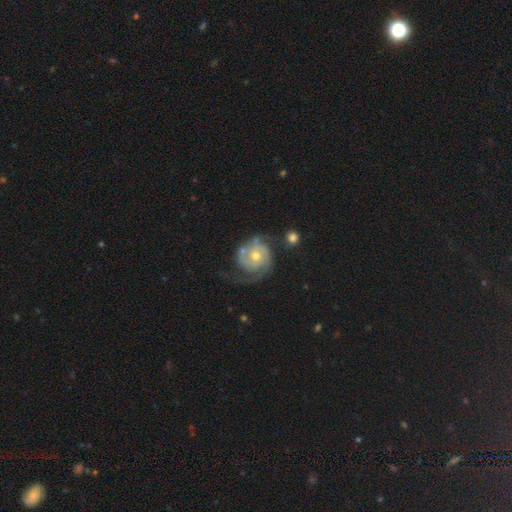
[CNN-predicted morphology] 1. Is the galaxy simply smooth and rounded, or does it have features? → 84% featured or disk, 10% smooth, 5% star or artifact.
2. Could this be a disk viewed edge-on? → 98% no, 2% yes.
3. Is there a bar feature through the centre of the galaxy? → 74% no, 21% weak, 5% strong.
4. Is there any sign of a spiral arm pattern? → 95% yes, 5% no.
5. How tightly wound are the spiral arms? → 53% tight, 35% medium, 12% loose.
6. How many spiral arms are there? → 62% 2, 13% can't tell, 11% 3, 9% 1, 3% 4, 3% more than 4.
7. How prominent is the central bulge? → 59% moderate, 37% small, 2% large, 1% none, 1% dominant.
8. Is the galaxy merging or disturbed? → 54% none, 22% minor disturbance, 18% major disturbance, 6% merger.